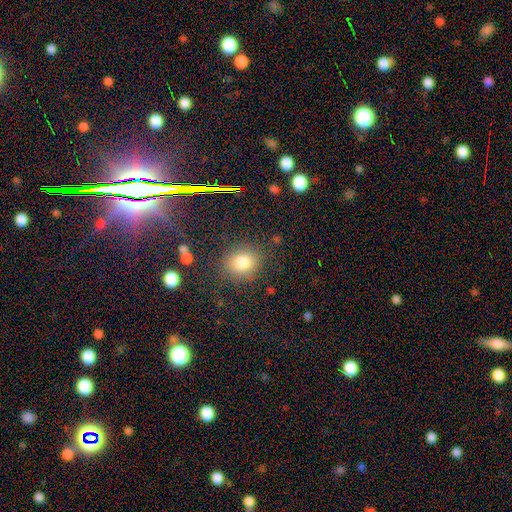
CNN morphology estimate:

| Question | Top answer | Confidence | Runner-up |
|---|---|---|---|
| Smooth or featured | smooth | 55% | star or artifact (35%) |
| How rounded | round | 73% | in between (25%) |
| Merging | none | 87% | minor disturbance (8%) |